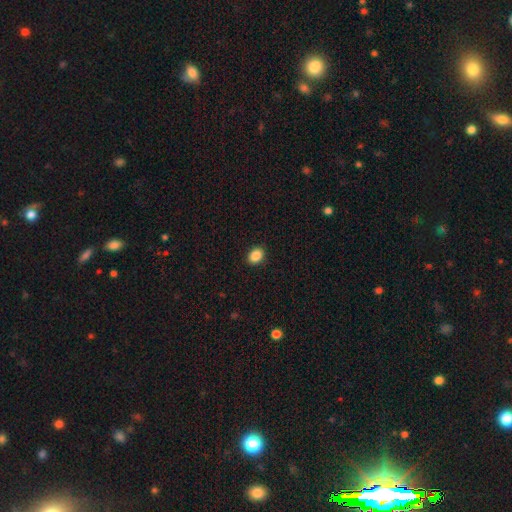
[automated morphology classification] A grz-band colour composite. It shows a smooth galaxy with no disk features (88%) that is in between round and cigar-shaped (58%). Merging: none (91%).